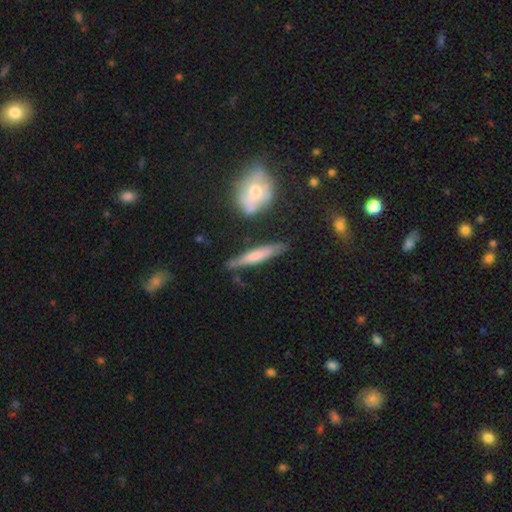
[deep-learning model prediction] Q: Smooth or featured?
A: smooth (54%); runner-up: featured or disk (40%)
Q: How rounded?
A: cigar-shaped (90%); runner-up: in between (8%)
Q: Merging?
A: none (78%); runner-up: minor disturbance (15%)